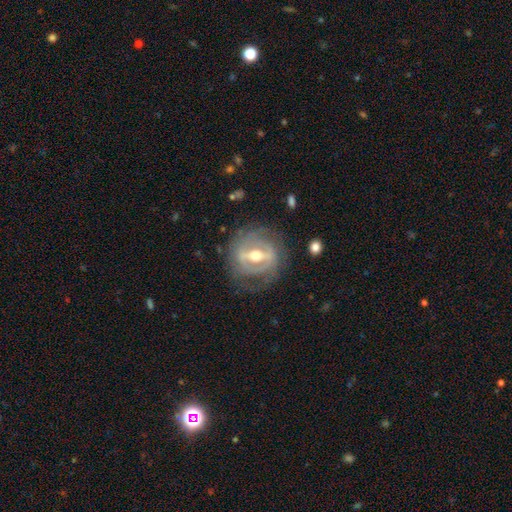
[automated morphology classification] This appears to be a featured or disk galaxy (83%) with a strong bar (71%), spiral arms (57%) and a moderate central bulge (74%). Merging: none (73%).